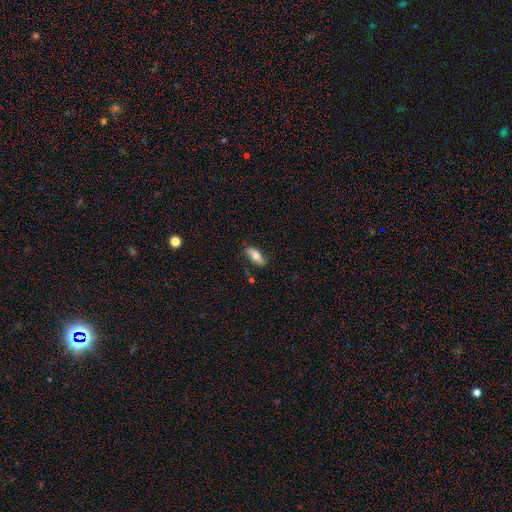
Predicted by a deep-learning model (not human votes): Smooth or featured: smooth — 67% (featured or disk — 26%)
How rounded: in between — 74% (cigar-shaped — 23%)
Merging: none — 76% (minor disturbance — 18%)